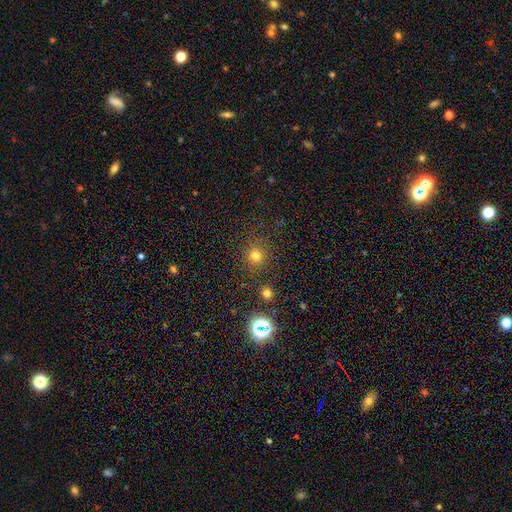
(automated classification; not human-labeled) Smooth or featured? smooth (73%)
How rounded? round (92%)
Merging? none (86%)